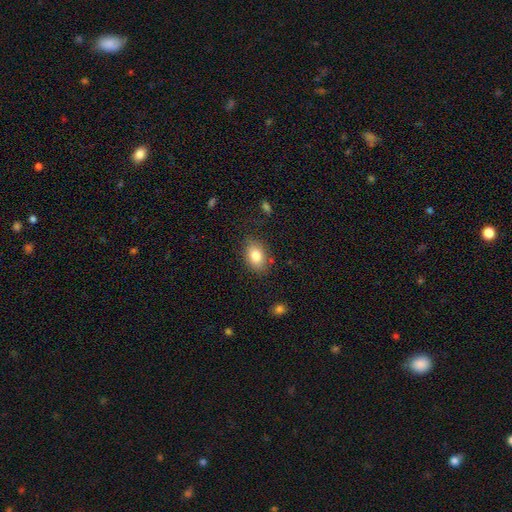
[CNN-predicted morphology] smooth 82%, featured or disk 10%, star or artifact 8%. Down the decision tree: how rounded — in between (82%); merging — none (80%).